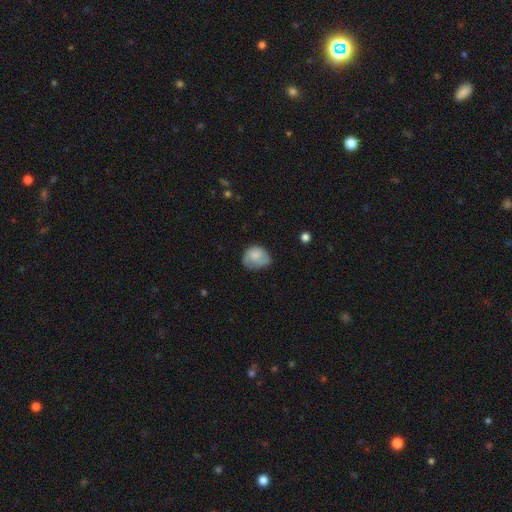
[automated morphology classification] A smooth galaxy with no disk features (69%) that is round (51%). Merging: none (43%).